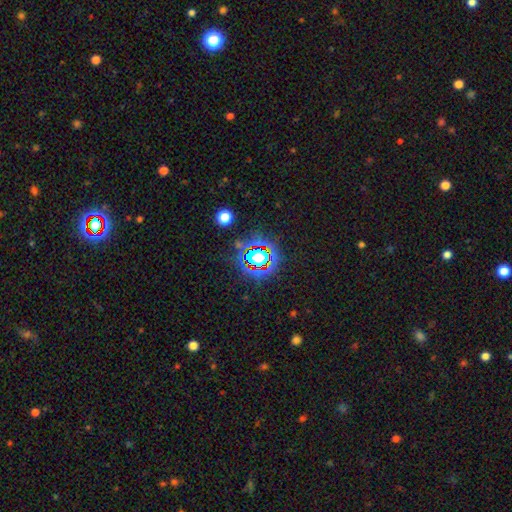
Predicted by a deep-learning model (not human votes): Smooth or featured? star or artifact (65%)